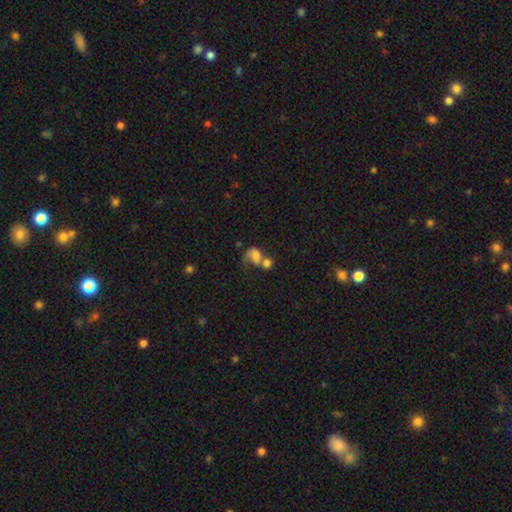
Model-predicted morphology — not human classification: smooth 57%, featured or disk 32%, star or artifact 11%. Down the decision tree: how rounded — in between (60%); merging — merger (60%).